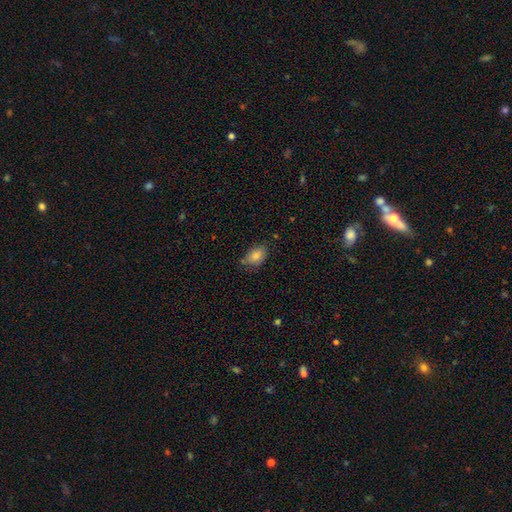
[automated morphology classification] Overall: smooth (79%). How rounded: in between (85%). Merging: none (72%).